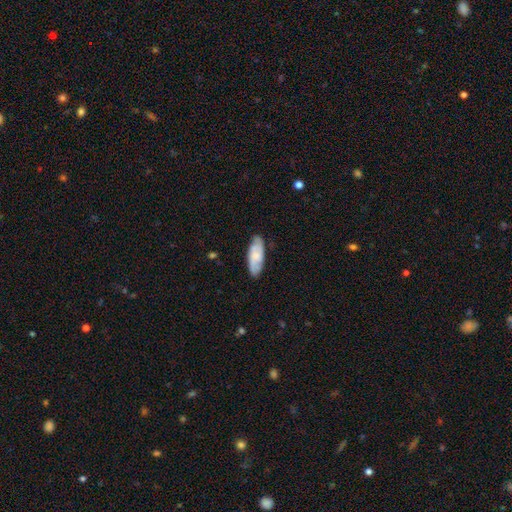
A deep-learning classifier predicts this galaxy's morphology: smooth_or_featured: smooth (p=0.55) [alt: featured or disk p=0.39]
how_rounded: in between (p=0.71) [alt: cigar-shaped p=0.27]
merging: none (p=0.81) [alt: minor disturbance p=0.15]